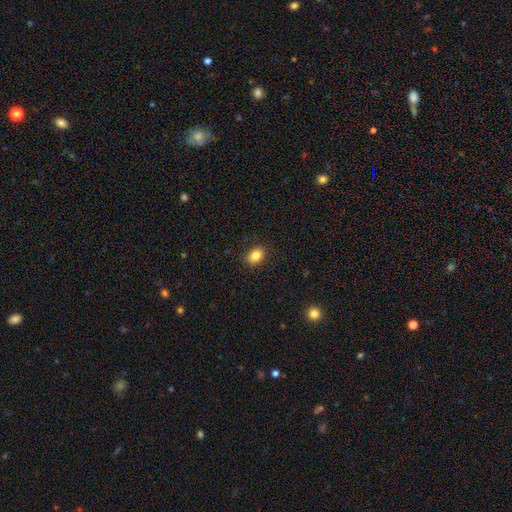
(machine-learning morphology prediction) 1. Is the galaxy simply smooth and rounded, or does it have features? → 84% smooth, 10% star or artifact, 6% featured or disk.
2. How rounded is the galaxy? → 72% in between, 26% round, 1% cigar-shaped.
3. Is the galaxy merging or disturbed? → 87% none, 9% minor disturbance, 2% major disturbance, 1% merger.